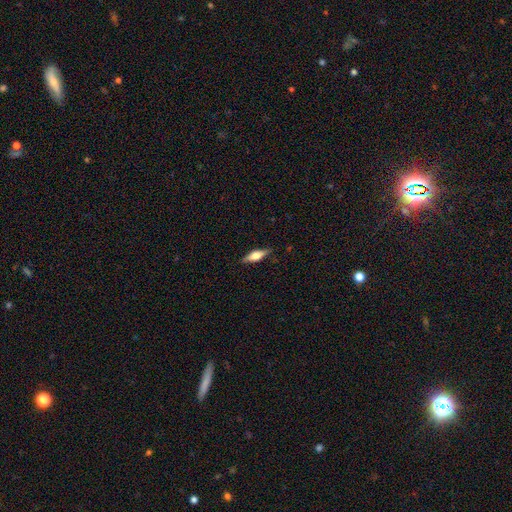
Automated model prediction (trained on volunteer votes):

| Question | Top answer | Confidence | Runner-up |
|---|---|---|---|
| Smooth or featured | featured or disk | 53% | smooth (40%) |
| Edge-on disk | yes | 95% | no (5%) |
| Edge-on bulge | rounded | 89% | boxy (9%) |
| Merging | none | 86% | minor disturbance (11%) |